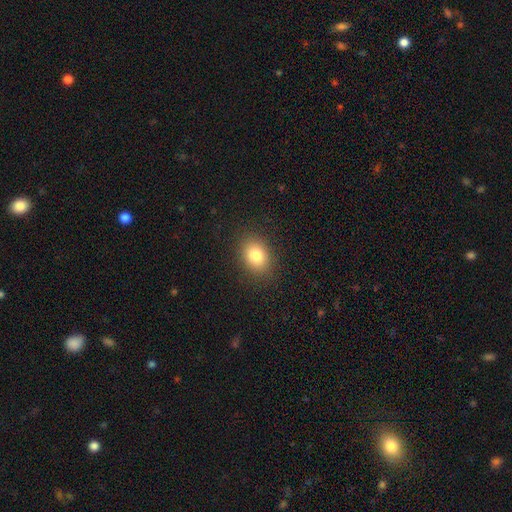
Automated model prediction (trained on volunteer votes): A smooth galaxy with no disk features (82%) that is in between round and cigar-shaped (61%).

Vote fractions:
- Smooth or featured? smooth: 82% / star or artifact: 10% / featured or disk: 7%
- How rounded? in between: 61% / round: 38% / cigar-shaped: 1%
- Merging? none: 87% / minor disturbance: 9% / major disturbance: 3% / merger: 1%